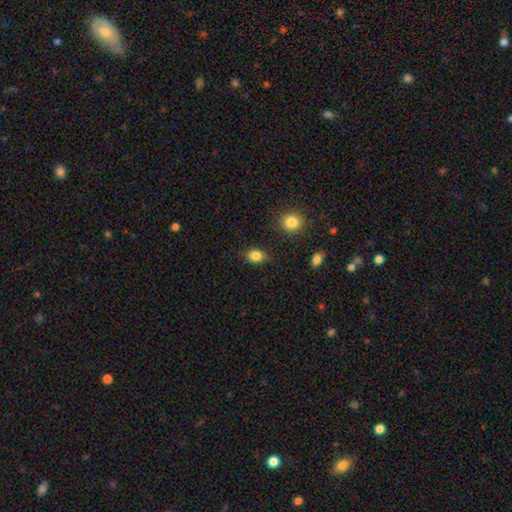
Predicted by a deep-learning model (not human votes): smooth-or-featured: smooth: 83% | star or artifact: 10% | featured or disk: 6%
  how-rounded: in between: 59% | round: 39% | cigar-shaped: 2%
  merging: none: 80% | minor disturbance: 15% | major disturbance: 3% | merger: 2%